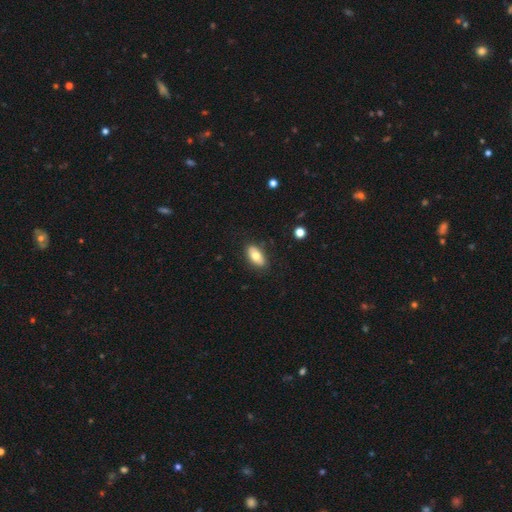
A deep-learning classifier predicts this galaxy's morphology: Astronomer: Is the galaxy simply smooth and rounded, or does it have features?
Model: smooth — 72%.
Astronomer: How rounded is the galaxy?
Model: in between — 89%.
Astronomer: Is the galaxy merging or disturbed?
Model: none — 83%.